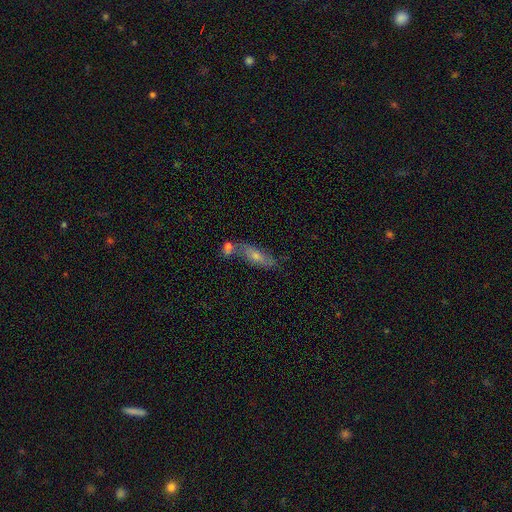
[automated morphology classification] A smooth galaxy with no disk features (48%).

Vote fractions:
- Smooth or featured? smooth: 48% / featured or disk: 40% / star or artifact: 11%
- Merging? none: 53% / merger: 28% / minor disturbance: 14% / major disturbance: 6%